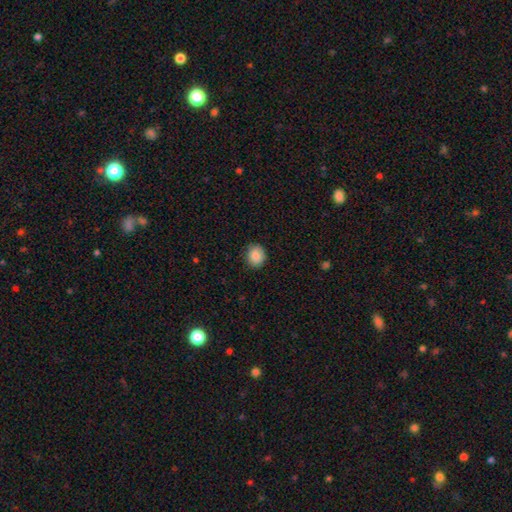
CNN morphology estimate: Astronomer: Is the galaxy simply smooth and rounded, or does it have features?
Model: smooth — 87%.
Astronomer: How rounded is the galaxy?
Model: round — 70%.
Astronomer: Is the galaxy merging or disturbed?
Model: none — 86%.